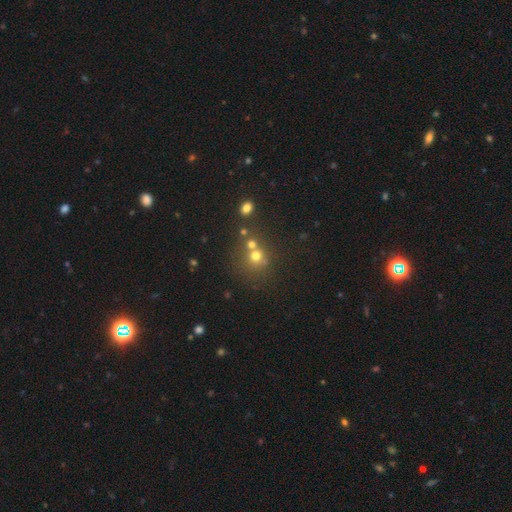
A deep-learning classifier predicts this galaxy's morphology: smooth_or_featured: smooth (p=0.66) [alt: star or artifact p=0.20]
how_rounded: round (p=0.84) [alt: in between p=0.15]
merging: none (p=0.52) [alt: merger p=0.34]